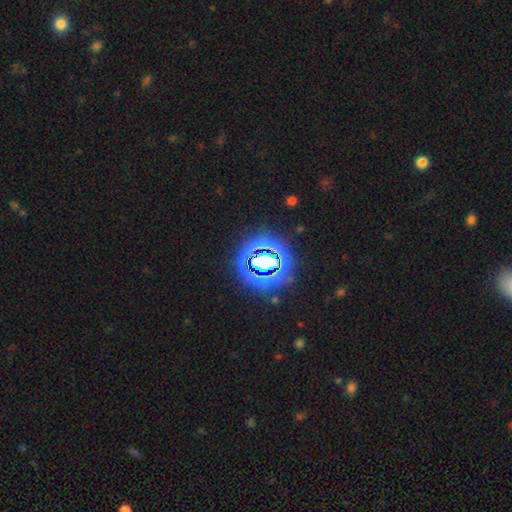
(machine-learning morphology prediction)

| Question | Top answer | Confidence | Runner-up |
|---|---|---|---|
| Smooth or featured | star or artifact | 68% | smooth (20%) |